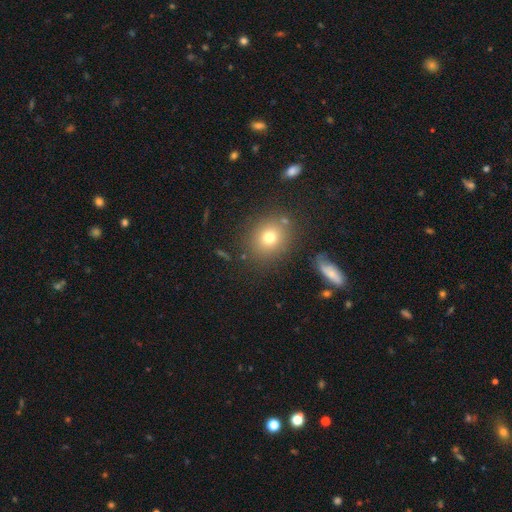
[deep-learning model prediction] This appears to be a smooth galaxy with no disk features (58%) that is round (67%). Merging: none (83%).